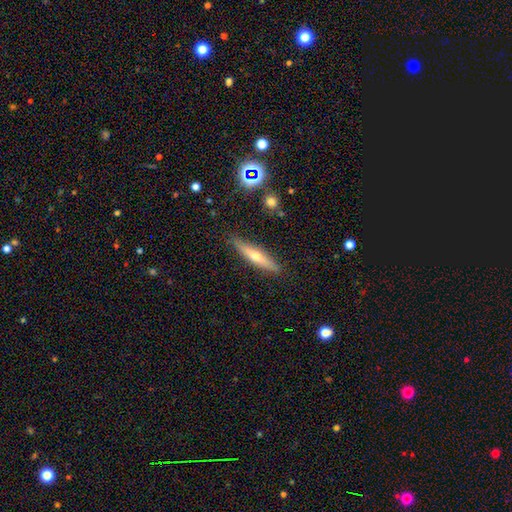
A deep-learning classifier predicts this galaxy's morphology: smooth-or-featured: featured or disk: 51% | smooth: 41% | star or artifact: 8%
  disk-edge-on: yes: 91% | no: 9%
  merging: none: 88% | minor disturbance: 9% | major disturbance: 2% | merger: 1%